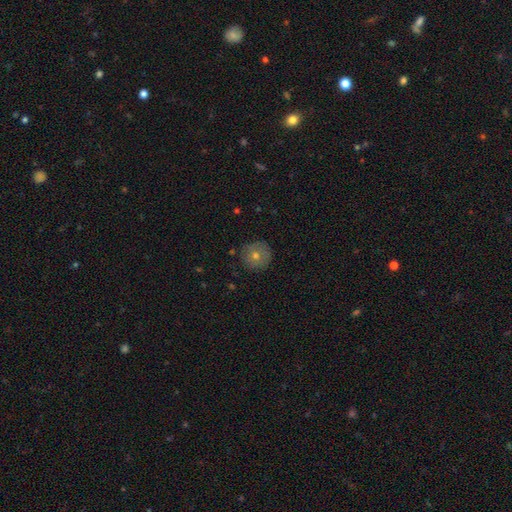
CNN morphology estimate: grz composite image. It shows a smooth galaxy with no disk features (62%) that is round (95%). Merging: none (85%).